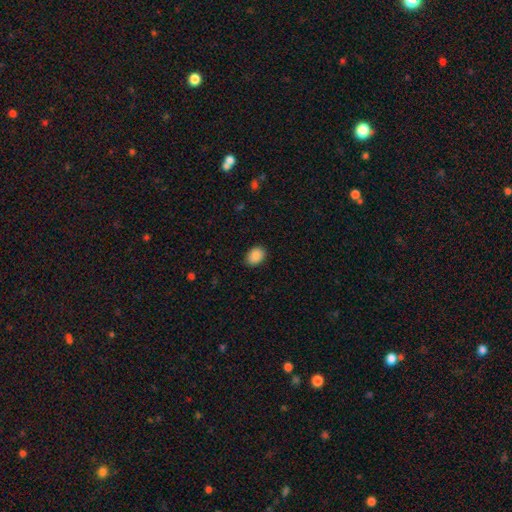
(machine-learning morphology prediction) A smooth galaxy with no disk features (90%) that is in between round and cigar-shaped (73%). Merging: none (88%).